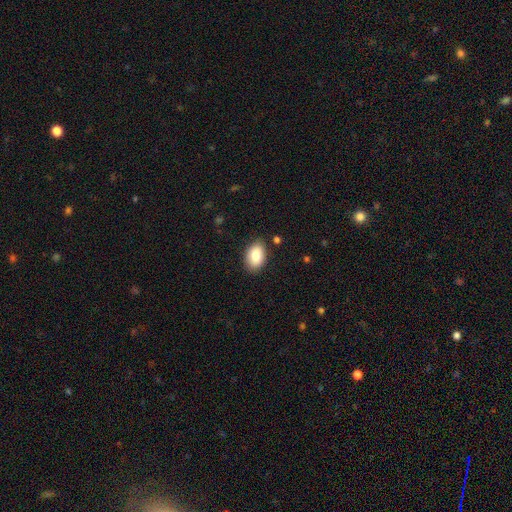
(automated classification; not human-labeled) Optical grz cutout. It shows a smooth galaxy with no disk features (83%) that is in between round and cigar-shaped (90%). Merging: none (85%).